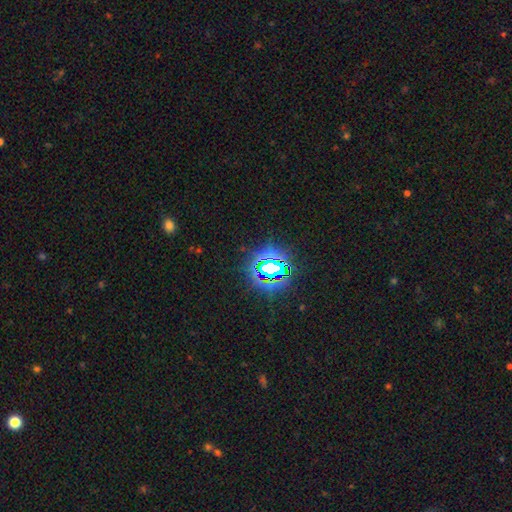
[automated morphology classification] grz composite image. It shows a star or artifact, not a galaxy (80%).